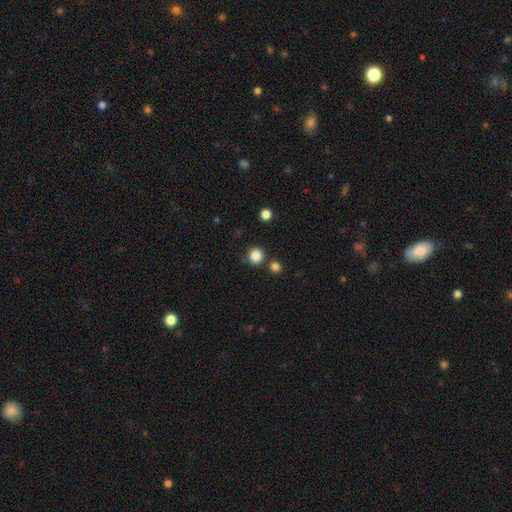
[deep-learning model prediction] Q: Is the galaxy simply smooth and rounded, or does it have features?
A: smooth — 86%.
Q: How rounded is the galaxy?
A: round — 89%.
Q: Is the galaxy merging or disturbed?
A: none — 82%.